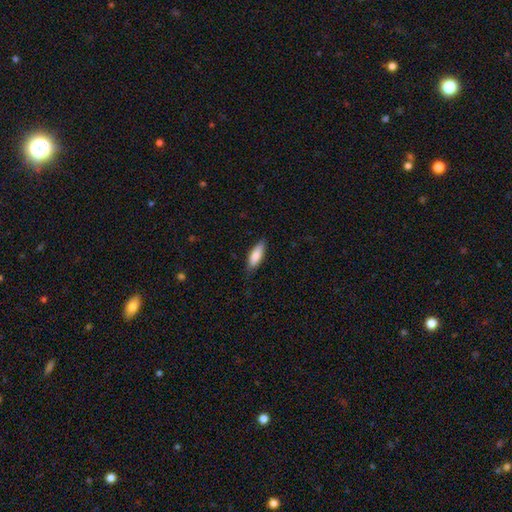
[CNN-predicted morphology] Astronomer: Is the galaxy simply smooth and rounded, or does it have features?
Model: smooth — 84%.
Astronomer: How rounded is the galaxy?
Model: in between — 62%.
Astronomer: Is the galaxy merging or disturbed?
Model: none — 82%.